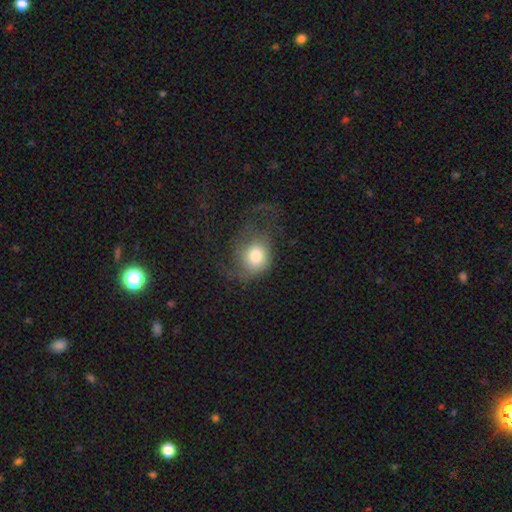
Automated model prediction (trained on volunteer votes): Smooth or featured: smooth — 65% (featured or disk — 25%)
How rounded: round — 65% (in between — 34%)
Merging: major disturbance — 50% (none — 28%)